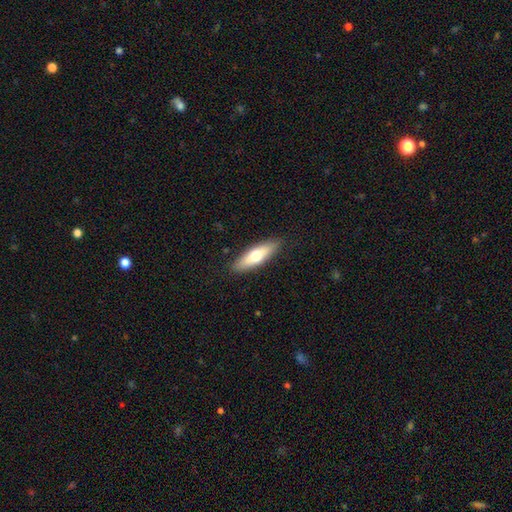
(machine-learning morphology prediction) Smooth or featured?
  - smooth: 61% *
  - featured or disk: 34%
  - star or artifact: 6%
How rounded?
  - cigar-shaped: 52% *
  - in between: 46%
  - round: 2%
Merging?
  - none: 88% *
  - minor disturbance: 9%
  - major disturbance: 2%
  - merger: 1%